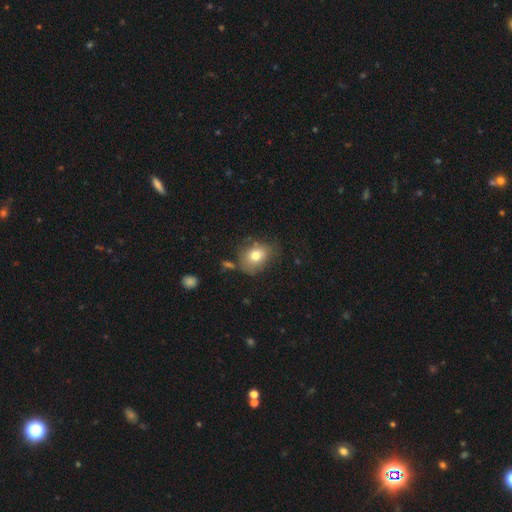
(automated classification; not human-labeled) A smooth galaxy with no disk features (75%) that is in between round and cigar-shaped (51%). Merging: none (64%).